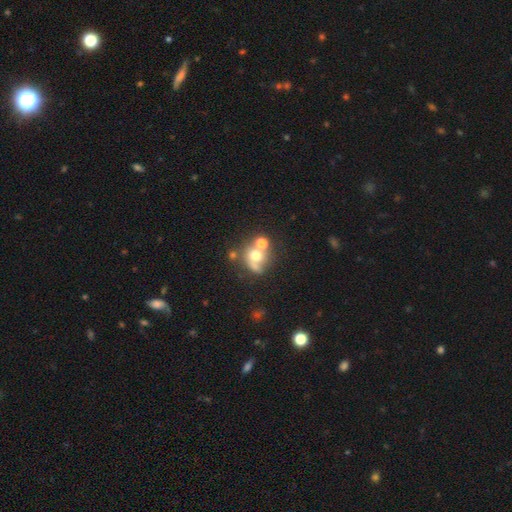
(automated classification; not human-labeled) Smooth or featured? Predicted: smooth (p=0.58). How rounded? Predicted: round (p=0.74). Merging? Predicted: merger (p=0.44).